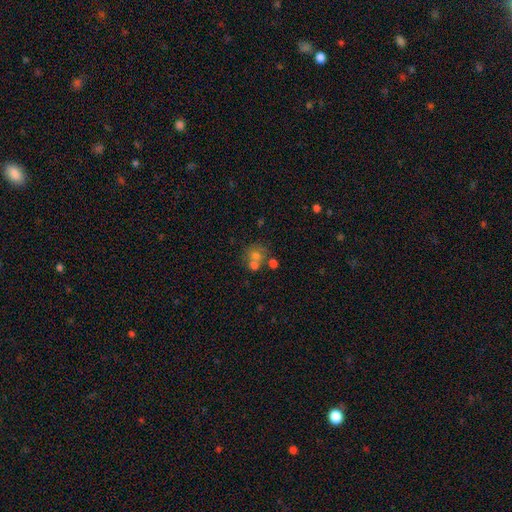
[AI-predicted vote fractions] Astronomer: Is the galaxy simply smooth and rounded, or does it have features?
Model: smooth — 65%.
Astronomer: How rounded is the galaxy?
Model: round — 74%.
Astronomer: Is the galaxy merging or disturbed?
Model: merger — 44% (runner-up: none, 41%).